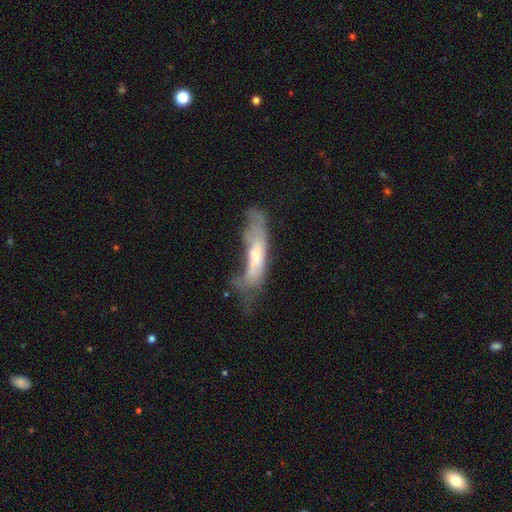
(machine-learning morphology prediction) Overall: smooth (50%; featured or disk 42%). Merging: major disturbance (41%; none 25%).